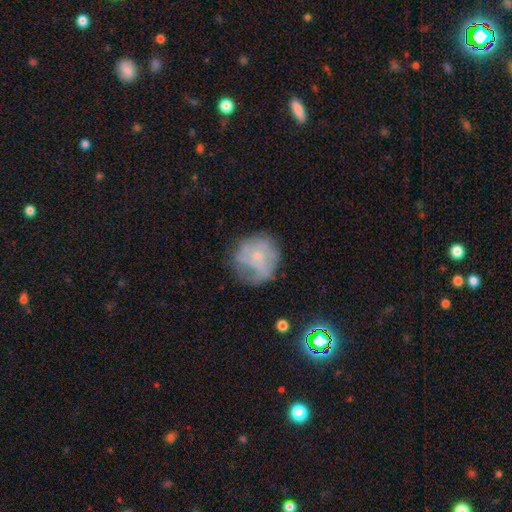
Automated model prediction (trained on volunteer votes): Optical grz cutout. It shows a featured or disk galaxy (52%) with no bar (81%), spiral arms (59%) and a small central bulge (65%). Merging: none (55%).